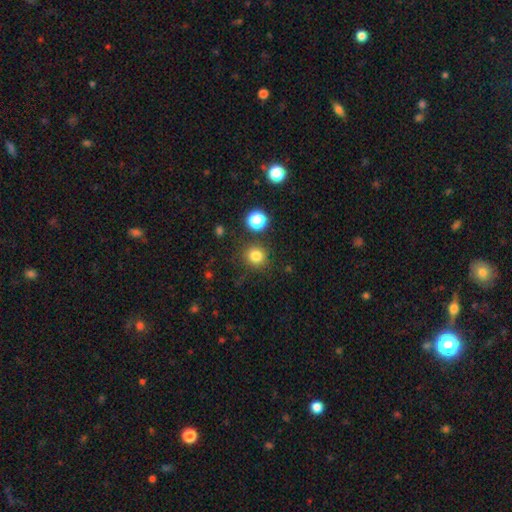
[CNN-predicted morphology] The model was most divided on "smooth or featured": smooth: 80%, star or artifact: 14%, featured or disk: 5%. More confident: how rounded — round (89%); merging — none (85%).